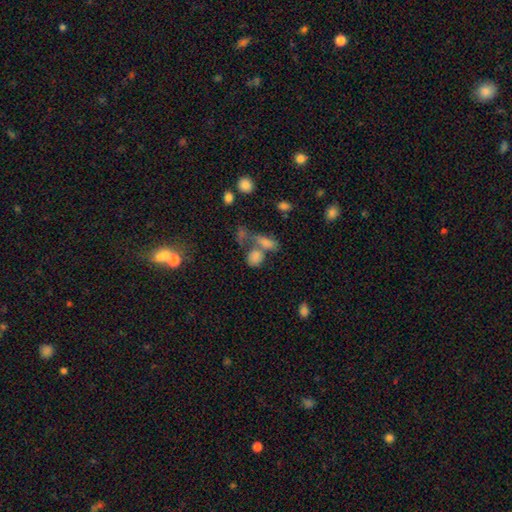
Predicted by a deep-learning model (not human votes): Morphology: type=smooth (66%); roundness=round (49%); merging=none (40%, tied with merger).